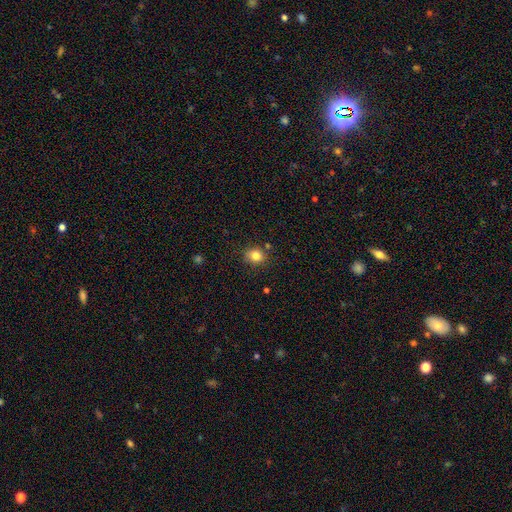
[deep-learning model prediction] This appears to be a smooth galaxy with no disk features (81%) that is round (71%). Merging: none (80%).